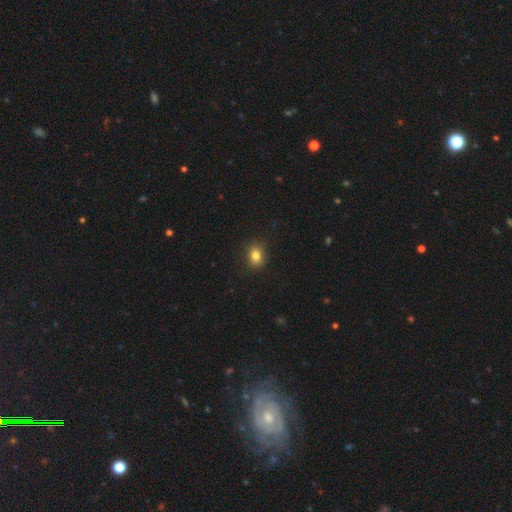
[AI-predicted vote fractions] Smooth or featured? smooth (81%)
How rounded? round (60%)
Merging? none (87%)